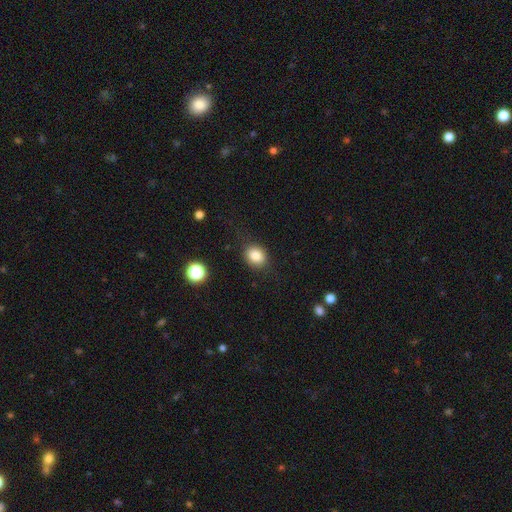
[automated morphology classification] Smooth or featured?
  - smooth: 83% *
  - star or artifact: 10%
  - featured or disk: 6%
How rounded?
  - round: 50% *
  - in between: 49%
  - cigar-shaped: 1%
Merging?
  - none: 81% *
  - minor disturbance: 13%
  - major disturbance: 4%
  - merger: 2%